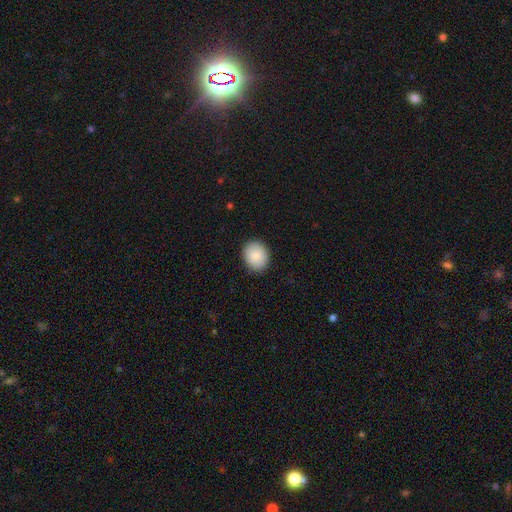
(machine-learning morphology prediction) A smooth galaxy with no disk features (86%) that is round (60%). Merging: none (88%).